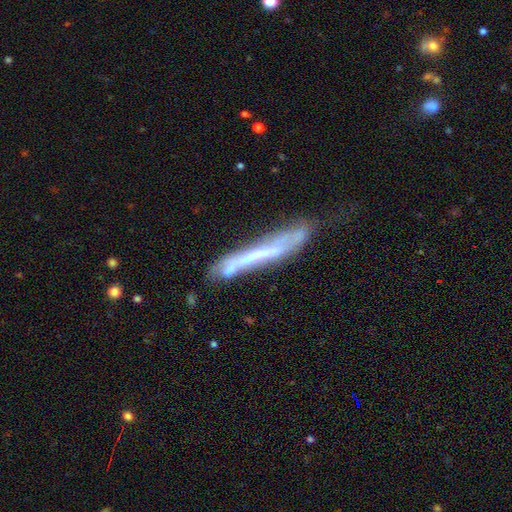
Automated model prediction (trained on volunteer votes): Q: Smooth or featured?
A: featured or disk (60%); runner-up: smooth (32%)
Q: Edge-on disk?
A: yes (69%); runner-up: no (31%)
Q: Merging?
A: none (44%); runner-up: minor disturbance (30%)